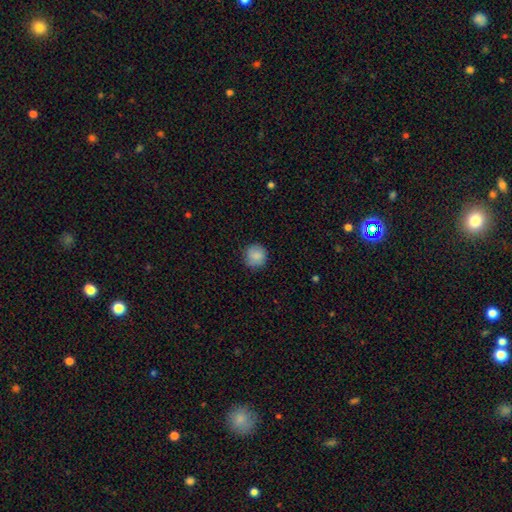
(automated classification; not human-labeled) smooth-or-featured: smooth: 86% | star or artifact: 8% | featured or disk: 5%
  how-rounded: round: 93% | in between: 6% | cigar-shaped: 1%
  merging: none: 86% | minor disturbance: 11% | major disturbance: 3% | merger: 1%